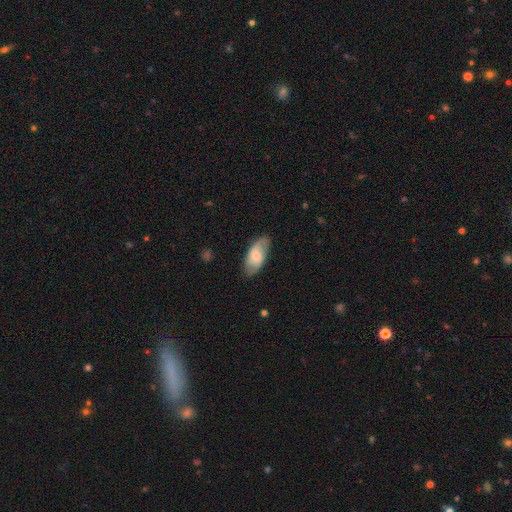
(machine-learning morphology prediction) This is likely a smooth galaxy (61%). How rounded: clearly in between (88%). Merging: likely none (79%).